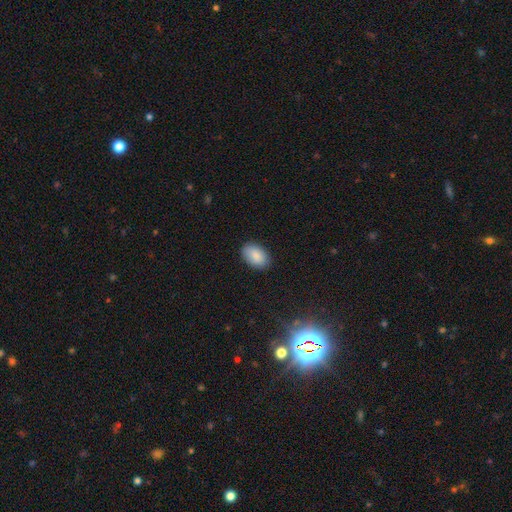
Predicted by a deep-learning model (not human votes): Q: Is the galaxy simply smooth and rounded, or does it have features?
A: smooth — 87%.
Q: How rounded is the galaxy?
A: in between — 91%.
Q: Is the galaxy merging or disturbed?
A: none — 86%.